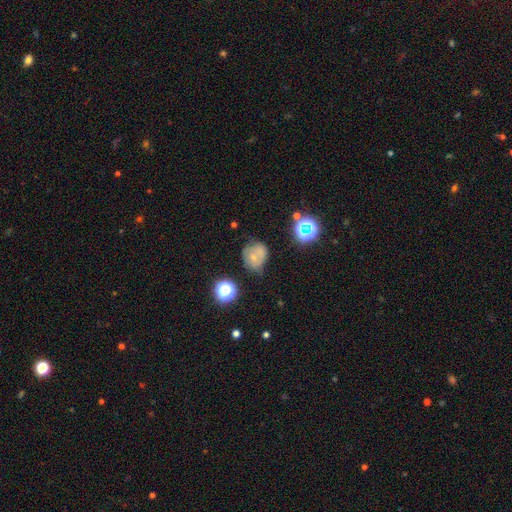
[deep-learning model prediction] Smooth or featured? smooth (58%)
How rounded? round (74%)
Merging? none (43%)